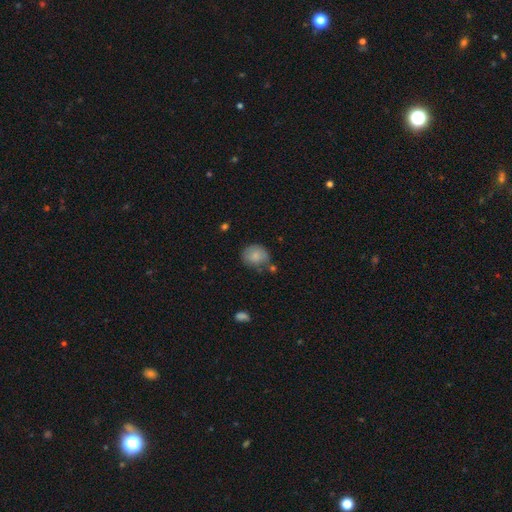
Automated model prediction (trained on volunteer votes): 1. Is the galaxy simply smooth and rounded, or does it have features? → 82% smooth, 10% featured or disk, 8% star or artifact.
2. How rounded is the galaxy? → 65% round, 34% in between, 1% cigar-shaped.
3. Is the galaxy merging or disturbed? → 60% none, 25% minor disturbance, 8% merger, 7% major disturbance.